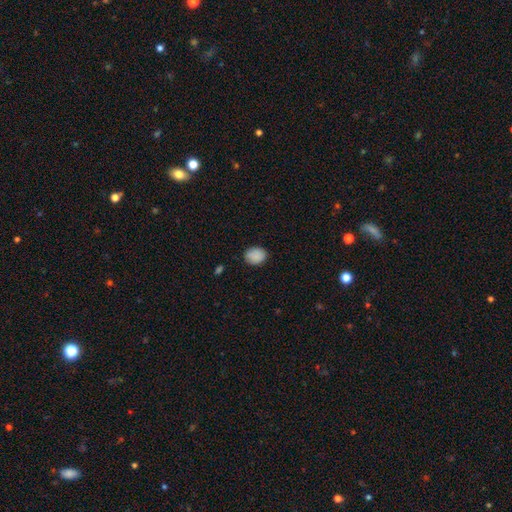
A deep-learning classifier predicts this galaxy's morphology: A smooth galaxy with no disk features (88%) that is in between round and cigar-shaped (52%).

Vote fractions:
- Smooth or featured? smooth: 88% / star or artifact: 8% / featured or disk: 4%
- How rounded? in between: 52% / round: 47% / cigar-shaped: 1%
- Merging? none: 82% / minor disturbance: 14% / major disturbance: 3% / merger: 1%